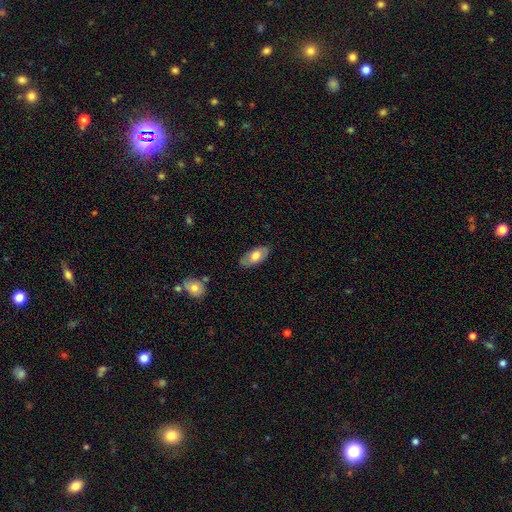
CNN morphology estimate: Smooth or featured? smooth (69%)
How rounded? in between (91%)
Merging? none (82%)